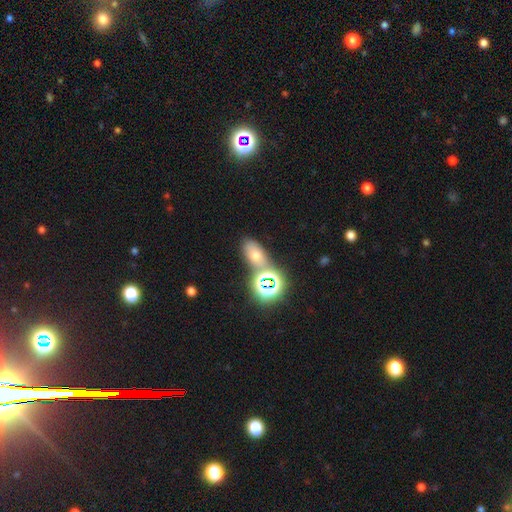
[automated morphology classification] This is possibly a smooth galaxy (49%). Merging: likely none (64%).